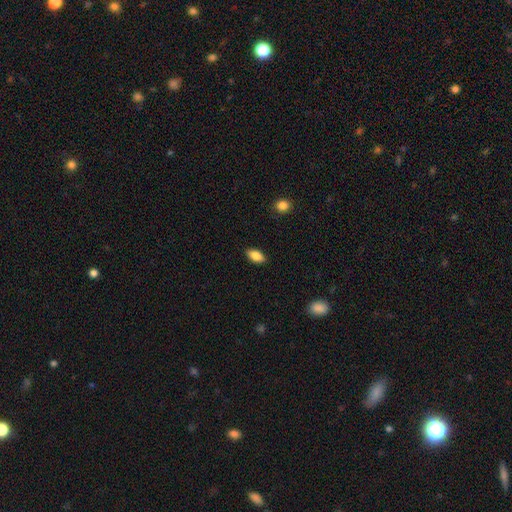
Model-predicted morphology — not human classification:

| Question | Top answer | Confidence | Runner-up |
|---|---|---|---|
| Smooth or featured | smooth | 86% | star or artifact (7%) |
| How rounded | in between | 91% | cigar-shaped (5%) |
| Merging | none | 88% | minor disturbance (9%) |